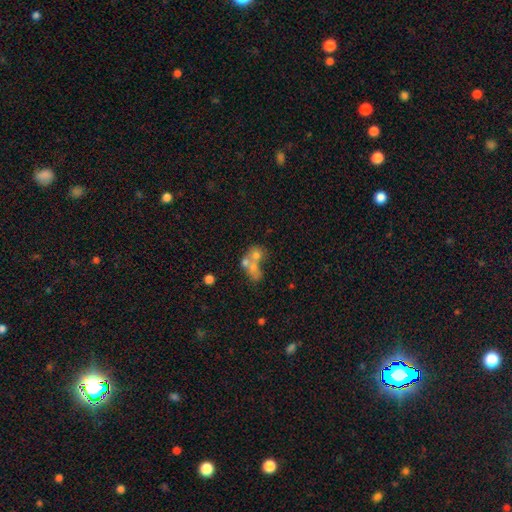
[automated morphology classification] Overall: smooth (53%; featured or disk 32%). How rounded: round (57%; in between 41%). Merging: merger (63%).